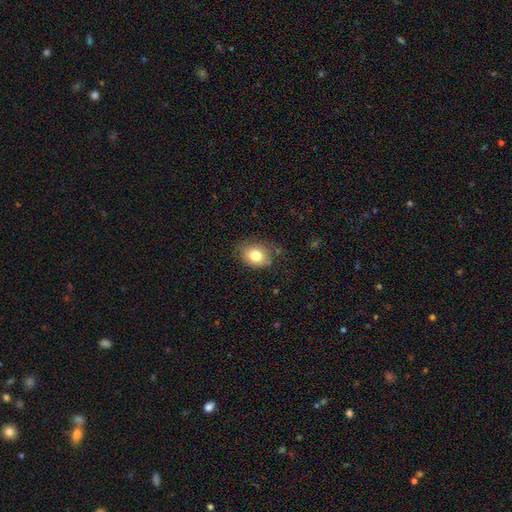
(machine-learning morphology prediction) A smooth galaxy with no disk features (78%) that is in between round and cigar-shaped (60%). Merging: none (76%).